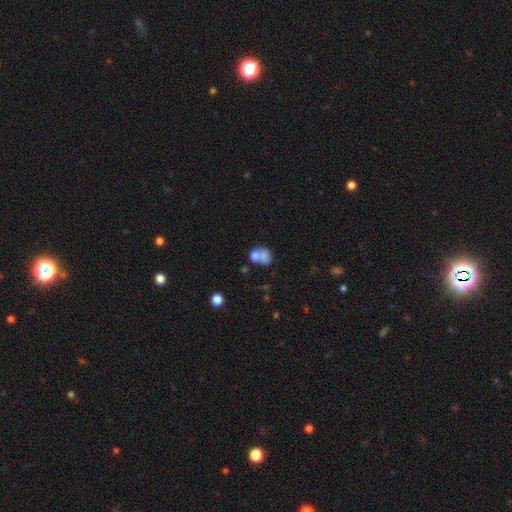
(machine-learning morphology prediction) The model was most divided on "how rounded": round: 56%, in between: 42%, cigar-shaped: 1%. More confident: smooth or featured — smooth (69%); merging — merger (52%).